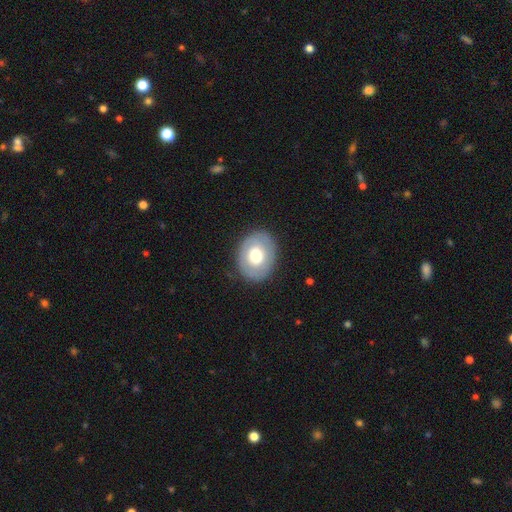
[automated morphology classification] The model was most divided on "how rounded": in between: 54%, round: 45%, cigar-shaped: 1%. More confident: merging — none (84%); smooth or featured — smooth (61%).